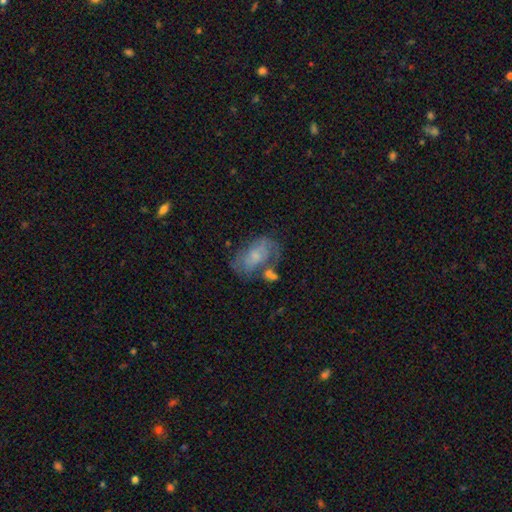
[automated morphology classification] smooth-or-featured: featured or disk: 51% | smooth: 40% | star or artifact: 9%
  disk-edge-on: no: 95% | yes: 5%
  merging: none: 42% | minor disturbance: 23% | major disturbance: 18% | merger: 17%